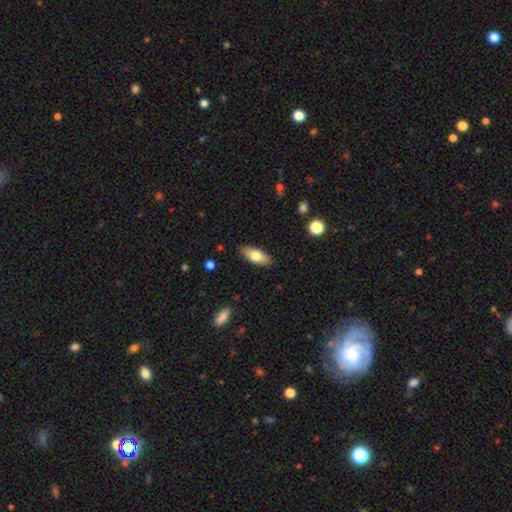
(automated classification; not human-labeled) smooth 68%, featured or disk 26%, star or artifact 6%. Down the decision tree: how rounded — in between (78%); merging — none (87%).